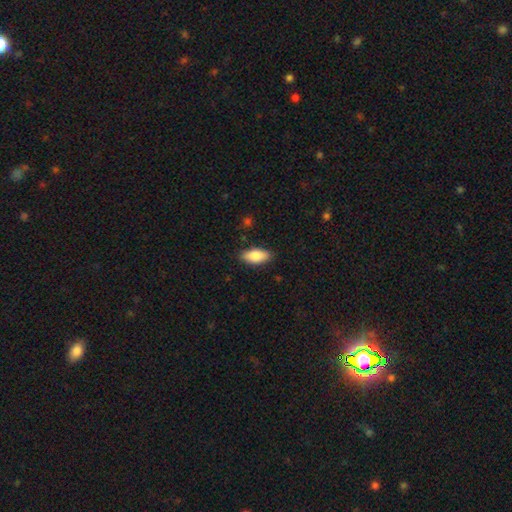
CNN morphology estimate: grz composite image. It shows a smooth galaxy with no disk features (82%) that is in between round and cigar-shaped (86%). Merging: none (86%).